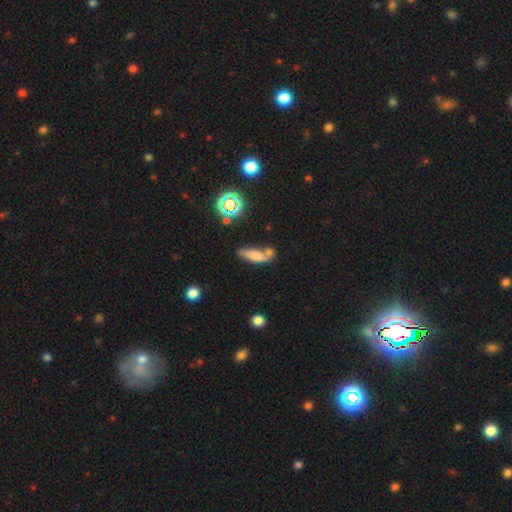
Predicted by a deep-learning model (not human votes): Smooth or featured? smooth (65%)
How rounded? in between (50%)
Merging? none (48%)